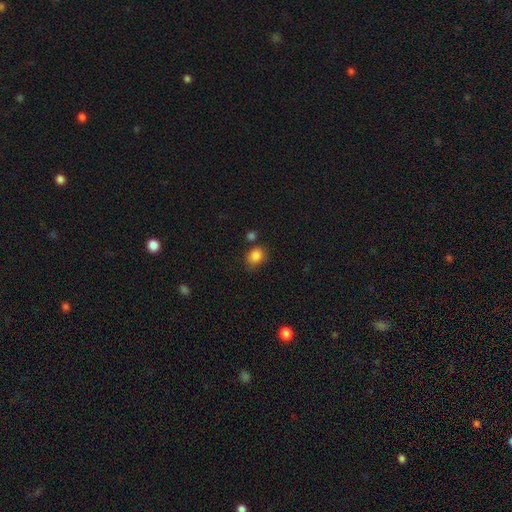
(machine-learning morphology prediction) Smooth or featured? Predicted: smooth (p=0.85). How rounded? Predicted: round (p=0.52). Merging? Predicted: none (p=0.64).